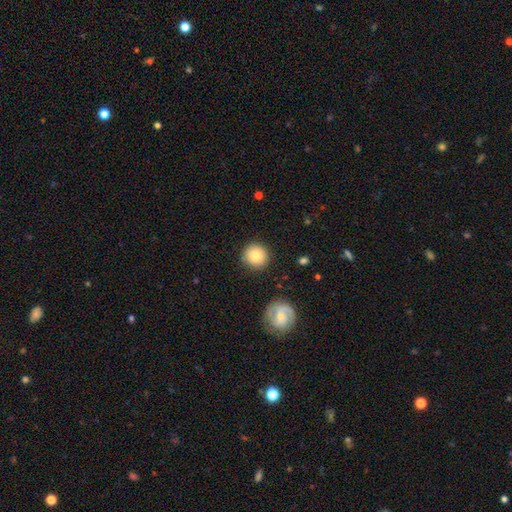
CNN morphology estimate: Smooth or featured?
  - smooth: 82% *
  - featured or disk: 10%
  - star or artifact: 8%
How rounded?
  - round: 94% *
  - in between: 5%
  - cigar-shaped: 1%
Merging?
  - none: 88% *
  - minor disturbance: 7%
  - major disturbance: 2%
  - merger: 2%